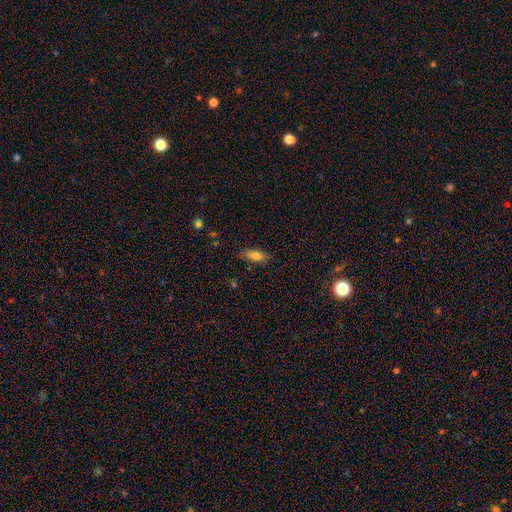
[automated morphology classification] Smooth or featured? Predicted: smooth (p=0.76). How rounded? Predicted: in between (p=0.67). Merging? Predicted: none (p=0.78).